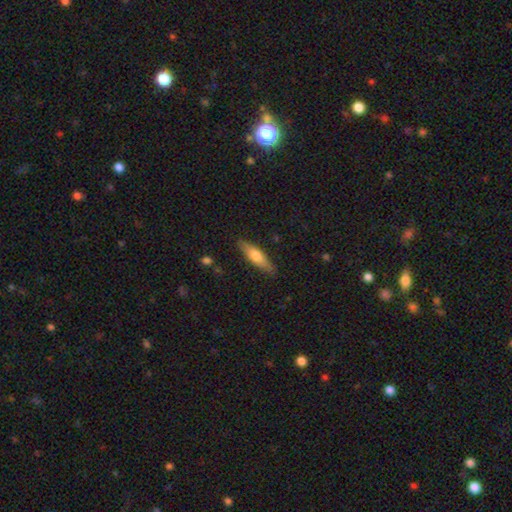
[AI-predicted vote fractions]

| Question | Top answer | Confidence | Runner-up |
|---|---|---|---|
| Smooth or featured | smooth | 61% | featured or disk (33%) |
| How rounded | cigar-shaped | 69% | in between (29%) |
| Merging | none | 85% | minor disturbance (12%) |